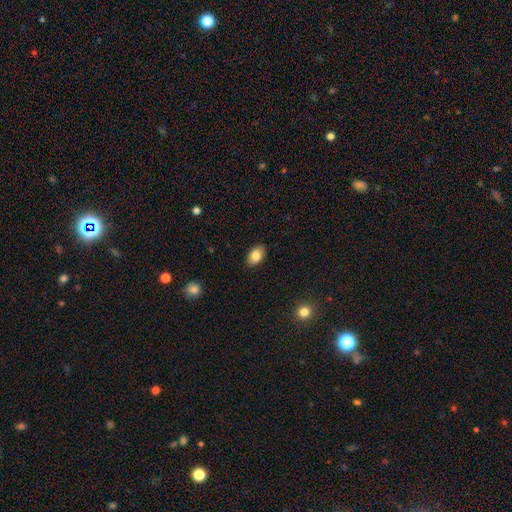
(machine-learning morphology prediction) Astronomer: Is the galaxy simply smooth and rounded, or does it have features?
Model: smooth — 84%.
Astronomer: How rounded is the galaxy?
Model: in between — 89%.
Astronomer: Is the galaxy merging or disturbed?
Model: none — 88%.